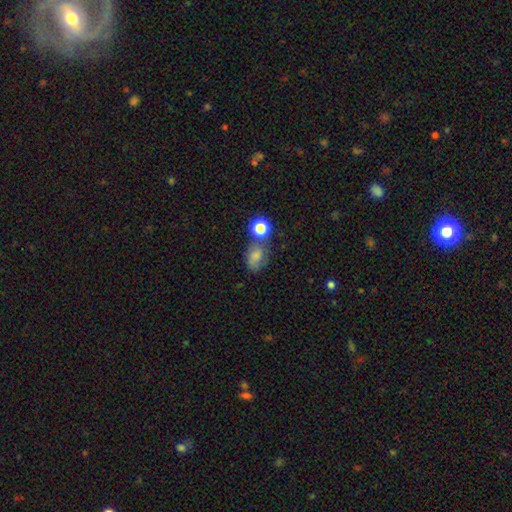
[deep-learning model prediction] smooth-or-featured: smooth: 68% | featured or disk: 17% | star or artifact: 15%
  how-rounded: in between: 65% | round: 33% | cigar-shaped: 2%
  merging: none: 47% | minor disturbance: 22% | merger: 20% | major disturbance: 11%